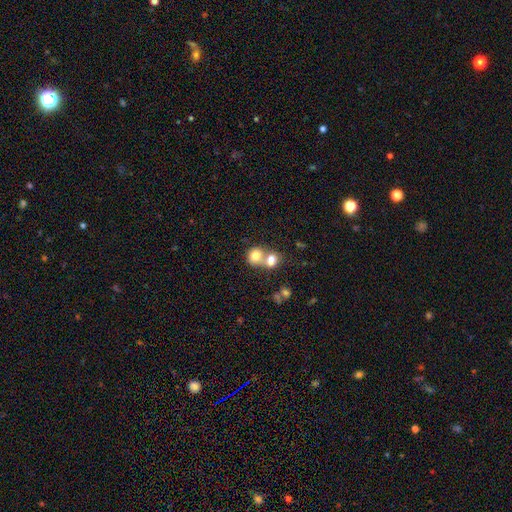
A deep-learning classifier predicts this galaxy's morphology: This is likely a smooth galaxy (76%). How rounded: likely round (71%). Merging: likely merger (64%).